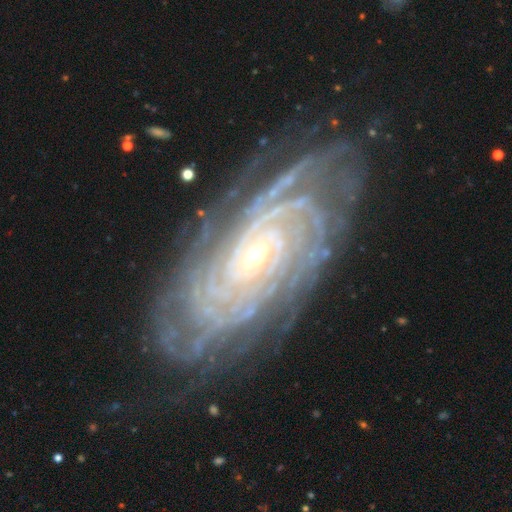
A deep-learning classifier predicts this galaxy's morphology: Overall: featured or disk (91%). Edge-on disk: no (95%). Bar: no (48%; weak 32%). Spiral arms: yes (98%). Spiral arm count: more than 4 (34%; can't tell 20%). Spiral winding: tight (85%). Bulge size: small (68%; moderate 28%). Merging: none (80%).